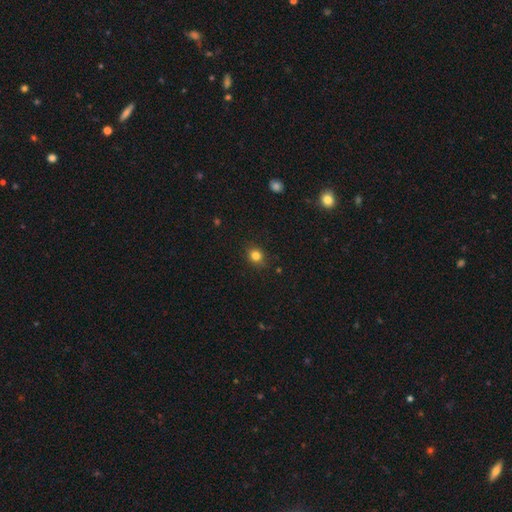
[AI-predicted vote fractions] Morphology: type=smooth (83%); roundness=round (75%); merging=none (86%).